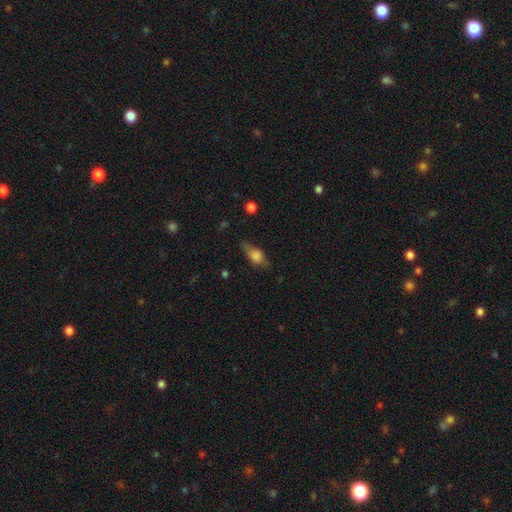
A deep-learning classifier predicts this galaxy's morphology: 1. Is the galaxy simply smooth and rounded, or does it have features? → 65% smooth, 26% featured or disk, 9% star or artifact.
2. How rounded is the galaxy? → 74% in between, 16% cigar-shaped, 10% round.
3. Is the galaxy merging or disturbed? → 55% none, 32% minor disturbance, 12% major disturbance, 2% merger.